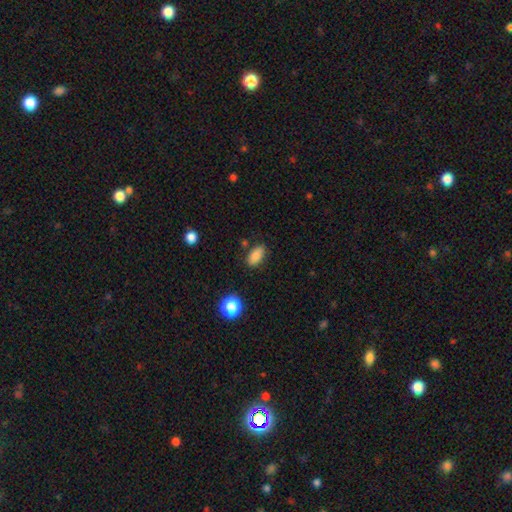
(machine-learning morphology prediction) Smooth or featured? Predicted: smooth (p=0.85). How rounded? Predicted: in between (p=0.89). Merging? Predicted: none (p=0.82).